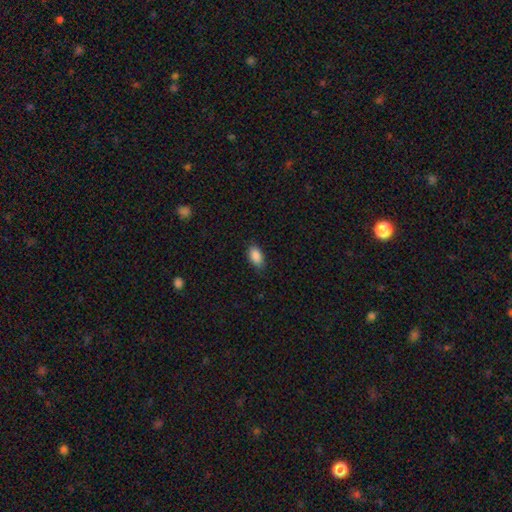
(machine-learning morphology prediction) smooth_or_featured: smooth (p=0.88) [alt: star or artifact p=0.08]
how_rounded: in between (p=0.91) [alt: round p=0.06]
merging: none (p=0.78) [alt: minor disturbance p=0.18]